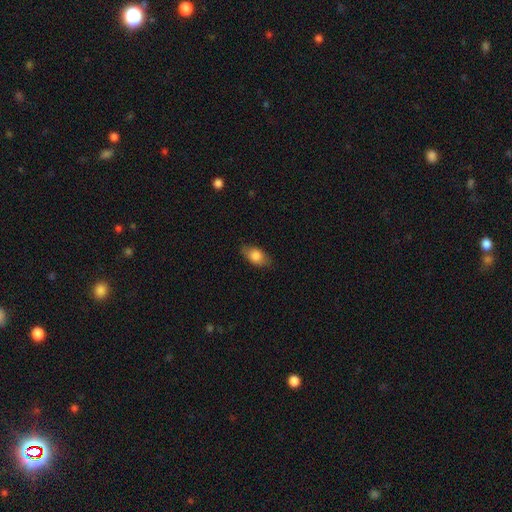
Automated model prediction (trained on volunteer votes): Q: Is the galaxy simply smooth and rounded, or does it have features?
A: smooth — 80%.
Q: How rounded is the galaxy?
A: in between — 88%.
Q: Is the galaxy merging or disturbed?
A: none — 82%.